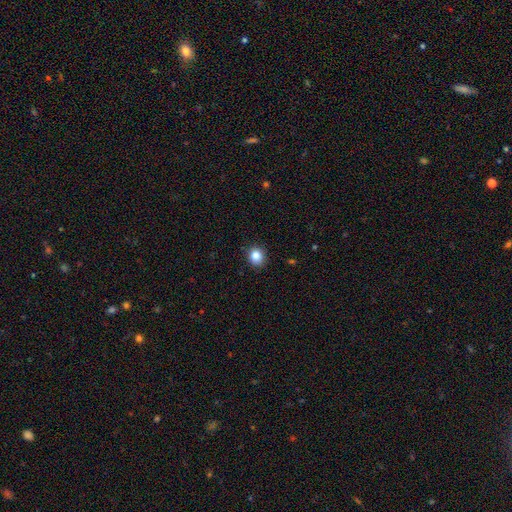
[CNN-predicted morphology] Smooth or featured?
  - smooth: 85% *
  - star or artifact: 11%
  - featured or disk: 5%
How rounded?
  - round: 77% *
  - in between: 22%
  - cigar-shaped: 1%
Merging?
  - none: 90% *
  - minor disturbance: 8%
  - major disturbance: 2%
  - merger: 1%